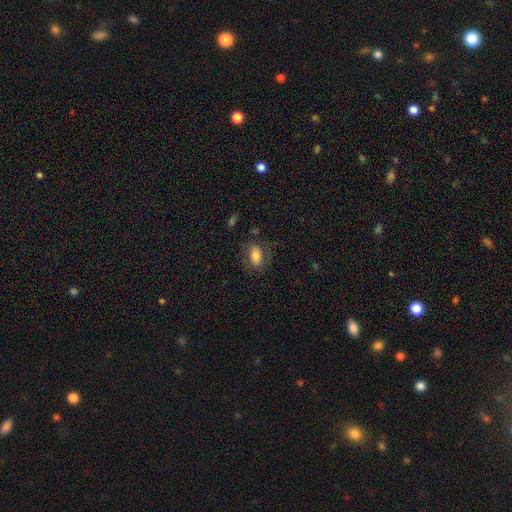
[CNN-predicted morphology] Smooth or featured? Predicted: smooth (p=0.71). How rounded? Predicted: in between (p=0.87). Merging? Predicted: none (p=0.71).